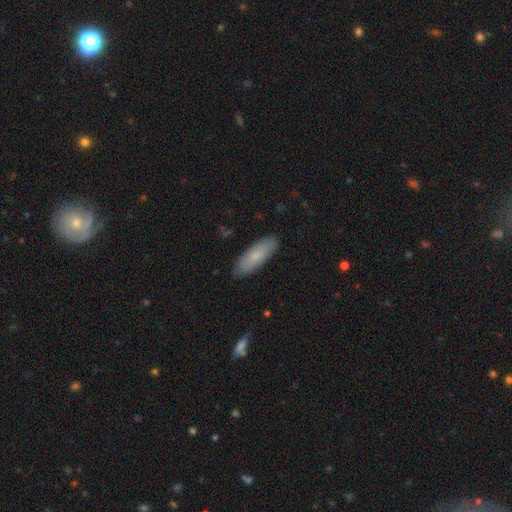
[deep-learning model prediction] This is likely a smooth galaxy (76%). How rounded: likely in between (61%). Merging: clearly none (86%).